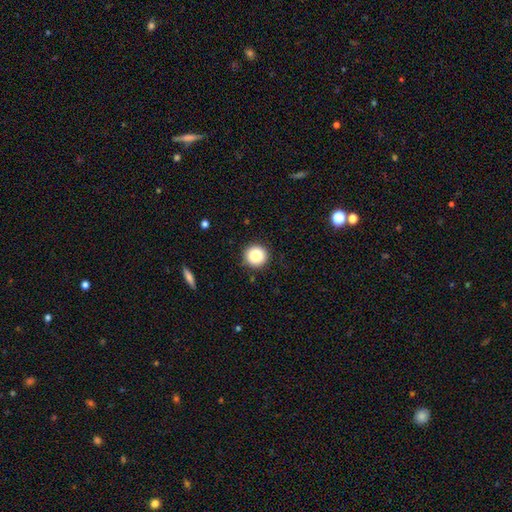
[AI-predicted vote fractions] smooth_or_featured: smooth (p=0.86) [alt: star or artifact p=0.09]
how_rounded: round (p=0.95) [alt: in between p=0.04]
merging: none (p=0.90) [alt: minor disturbance p=0.07]